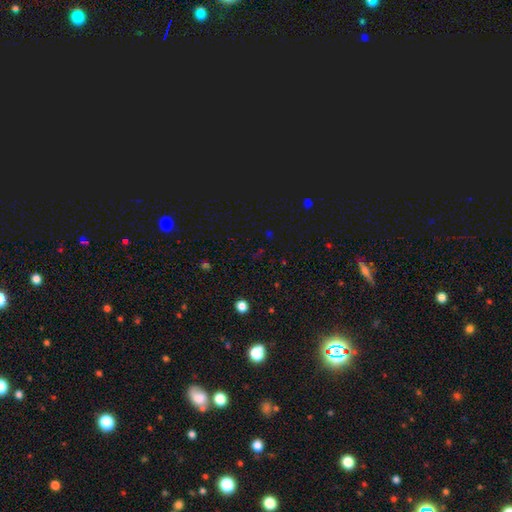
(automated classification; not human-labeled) Smooth or featured: star or artifact — 63% (smooth — 30%)